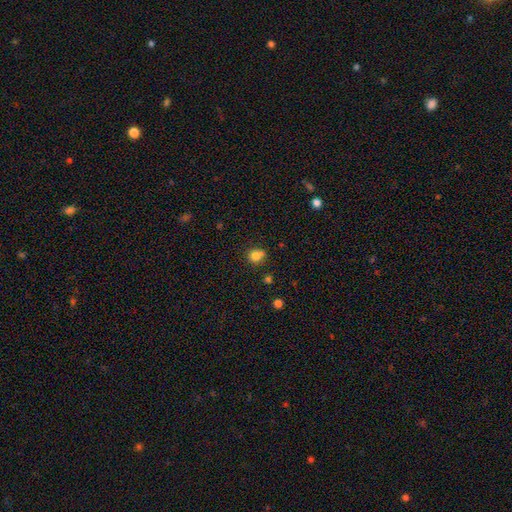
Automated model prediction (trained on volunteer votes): This appears to be a smooth galaxy with no disk features (79%) that is round (81%). Merging: none (58%).